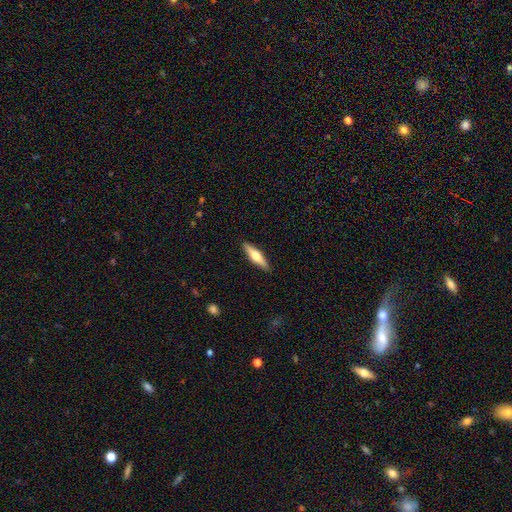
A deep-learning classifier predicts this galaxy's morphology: Smooth or featured?
  - smooth: 48% *
  - featured or disk: 46%
  - star or artifact: 5%
Merging?
  - none: 91% *
  - minor disturbance: 7%
  - major disturbance: 2%
  - merger: 1%